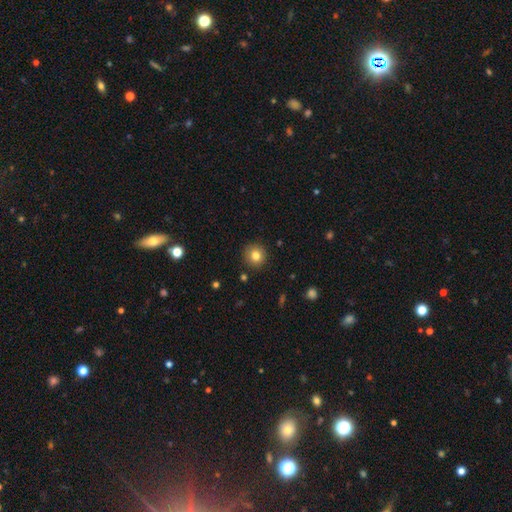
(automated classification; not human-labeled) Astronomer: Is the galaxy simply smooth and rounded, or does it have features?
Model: smooth — 80%.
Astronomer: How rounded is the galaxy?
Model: round — 94%.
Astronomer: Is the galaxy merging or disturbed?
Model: none — 91%.